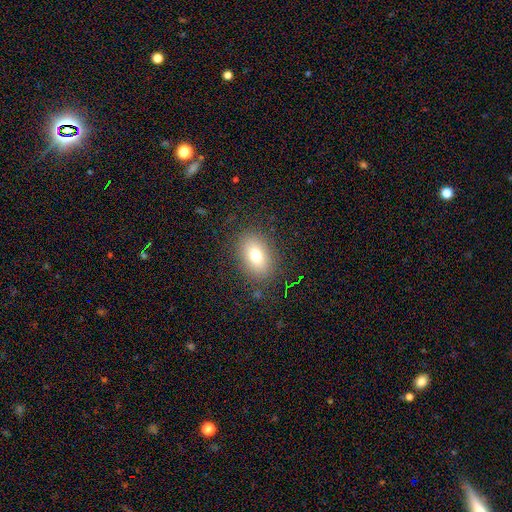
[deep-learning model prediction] smooth 74%, featured or disk 14%, star or artifact 12%. Down the decision tree: how rounded — in between (78%); merging — none (84%).